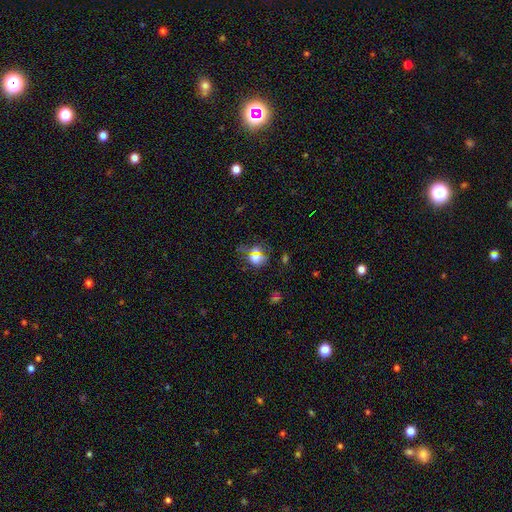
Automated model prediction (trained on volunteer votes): This is possibly a smooth galaxy (52%). How rounded: likely round (73%). Merging: likely none (73%).